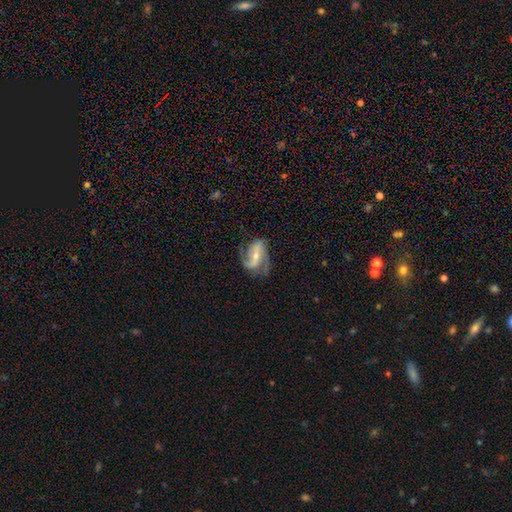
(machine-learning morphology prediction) Smooth or featured: featured or disk — 80% (smooth — 14%)
Edge-on disk: no — 96% (yes — 4%)
Bar: strong — 40% (weak — 36%)
Spiral arms: yes — 93% (no — 7%)
Spiral winding: loose — 42% (tied with medium — 42%)
Spiral arm count: 2 — 73% (1 — 11%)
Bulge size: small — 57% (moderate — 38%)
Merging: none — 56% (minor disturbance — 25%)